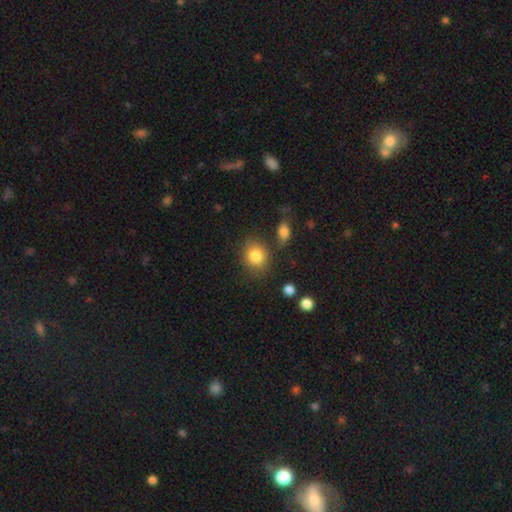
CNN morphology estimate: smooth-or-featured: smooth: 84% | star or artifact: 9% | featured or disk: 7%
  how-rounded: round: 64% | in between: 35% | cigar-shaped: 1%
  merging: none: 75% | minor disturbance: 14% | merger: 6% | major disturbance: 5%